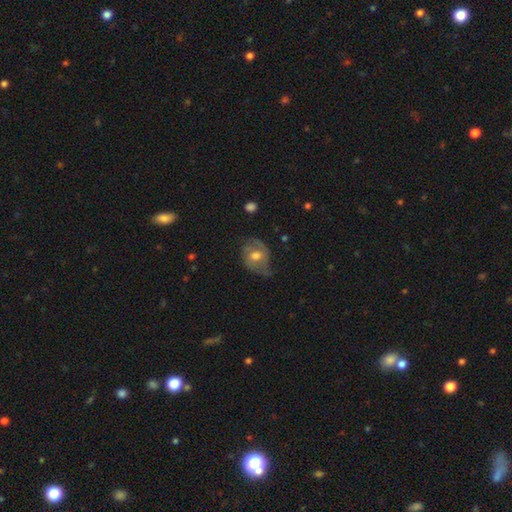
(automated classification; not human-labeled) Overall: featured or disk (54%; smooth 39%). Edge-on disk: no (96%). Bar: no (64%; weak 30%). Spiral arms: yes (68%; no 32%). Bulge size: moderate (69%). Merging: none (51%; minor disturbance 30%).